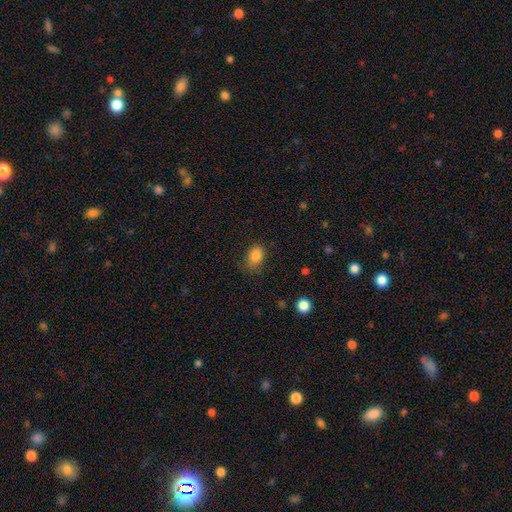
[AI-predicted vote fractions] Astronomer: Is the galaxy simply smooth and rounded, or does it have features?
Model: smooth — 83%.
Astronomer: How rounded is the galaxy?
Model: in between — 77%.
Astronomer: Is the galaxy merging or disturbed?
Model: none — 71%.